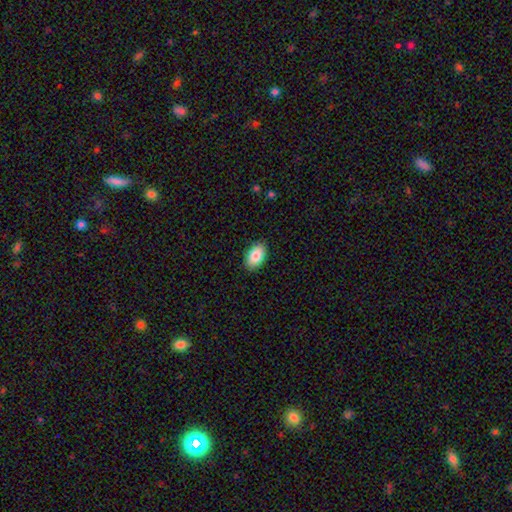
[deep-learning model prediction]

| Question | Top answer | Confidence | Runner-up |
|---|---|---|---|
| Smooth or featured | smooth | 86% | featured or disk (7%) |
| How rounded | in between | 93% | round (6%) |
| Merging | none | 89% | minor disturbance (8%) |